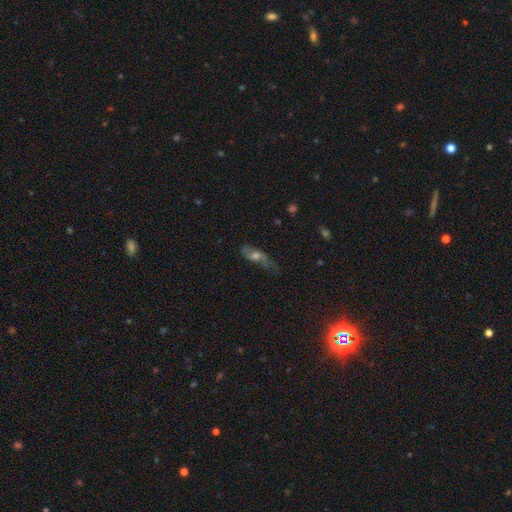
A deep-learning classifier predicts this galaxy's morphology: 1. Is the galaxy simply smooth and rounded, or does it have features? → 60% featured or disk, 27% smooth, 12% star or artifact.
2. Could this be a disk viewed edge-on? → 72% no, 28% yes.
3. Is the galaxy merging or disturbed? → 56% none, 26% minor disturbance, 16% major disturbance, 2% merger.